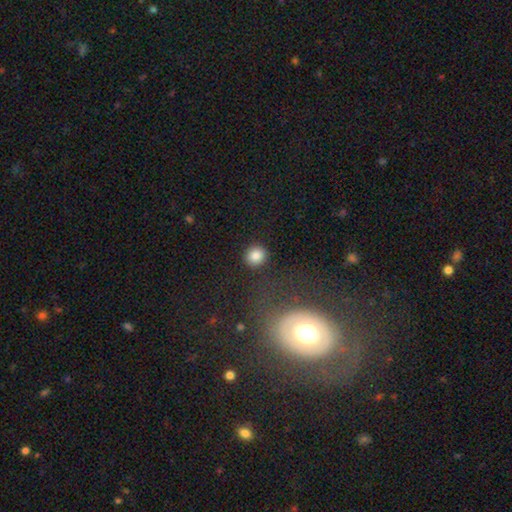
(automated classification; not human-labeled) Morphology: type=smooth (84%); roundness=round (87%); merging=none (90%).